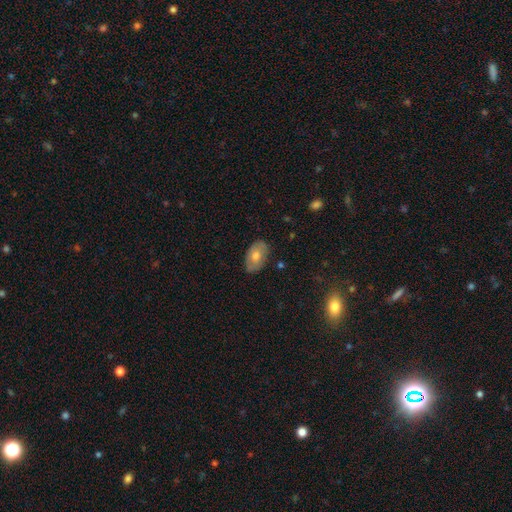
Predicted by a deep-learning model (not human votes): A smooth galaxy with no disk features (56%) that is in between round and cigar-shaped (90%). Merging: none (82%).